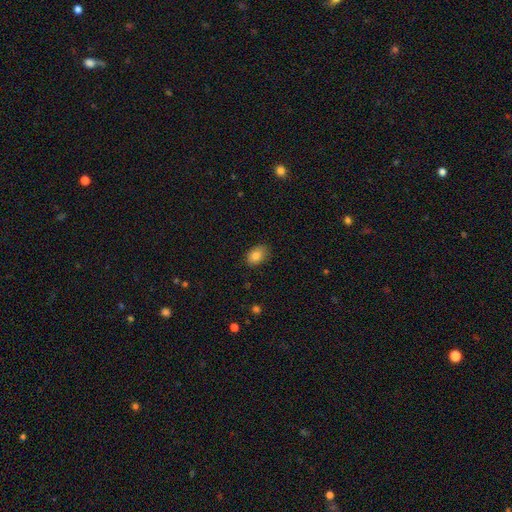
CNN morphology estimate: Smooth or featured: smooth — 84% (star or artifact — 8%)
How rounded: in between — 82% (round — 16%)
Merging: none — 84% (minor disturbance — 13%)